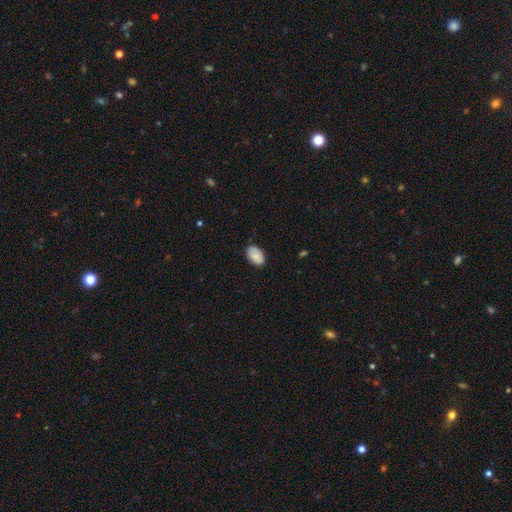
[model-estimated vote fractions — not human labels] smooth_or_featured: smooth (p=0.88) [alt: star or artifact p=0.06]
how_rounded: in between (p=0.92) [alt: round p=0.06]
merging: none (p=0.82) [alt: minor disturbance p=0.14]